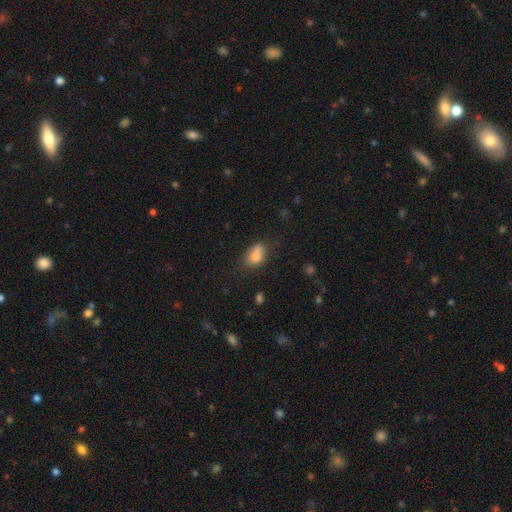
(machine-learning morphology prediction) A smooth galaxy with no disk features (75%) that is in between round and cigar-shaped (74%). Merging: none (41%).